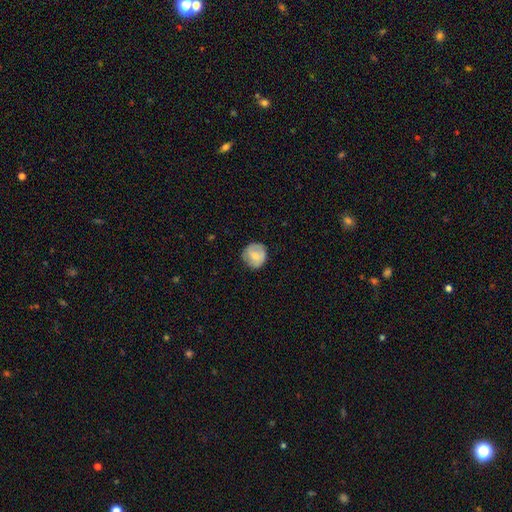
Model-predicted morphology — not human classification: Smooth or featured? smooth (68%)
How rounded? round (88%)
Merging? none (77%)